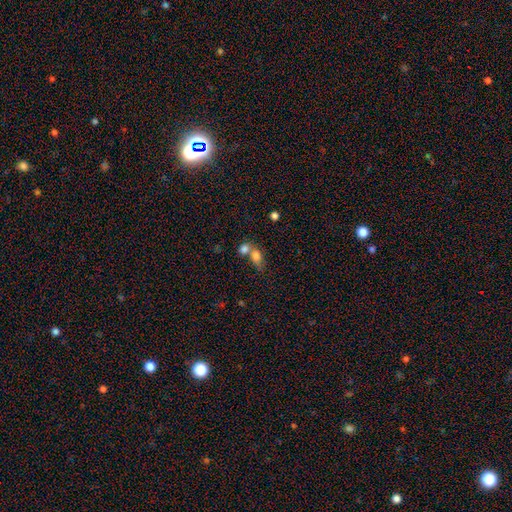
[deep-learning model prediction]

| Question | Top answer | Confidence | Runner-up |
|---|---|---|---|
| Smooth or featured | smooth | 77% | featured or disk (12%) |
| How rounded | in between | 69% | round (28%) |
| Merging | merger | 58% | none (27%) |